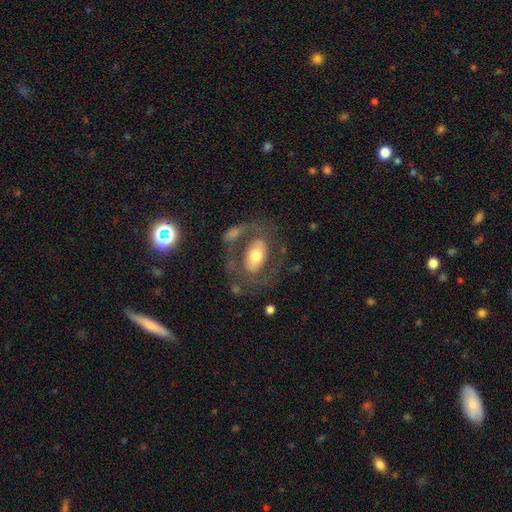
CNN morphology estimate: A featured or disk galaxy (54%) with no bar (58%), no spiral arms (55%) and a moderate central bulge (64%). Merging: none (52%).